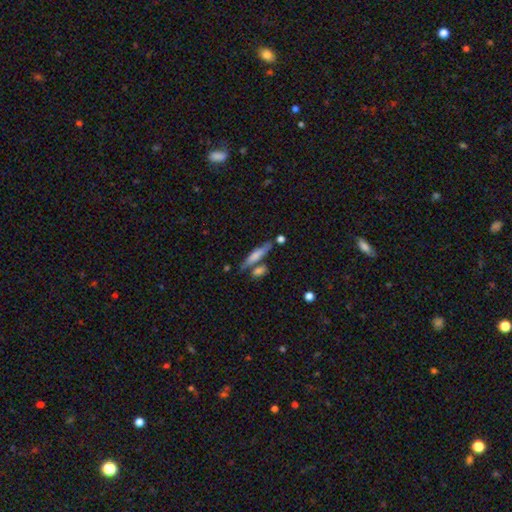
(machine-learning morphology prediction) The model was most divided on "smooth or featured": smooth: 64%, featured or disk: 29%, star or artifact: 6%. More confident: how rounded — cigar-shaped (79%); merging — none (62%).